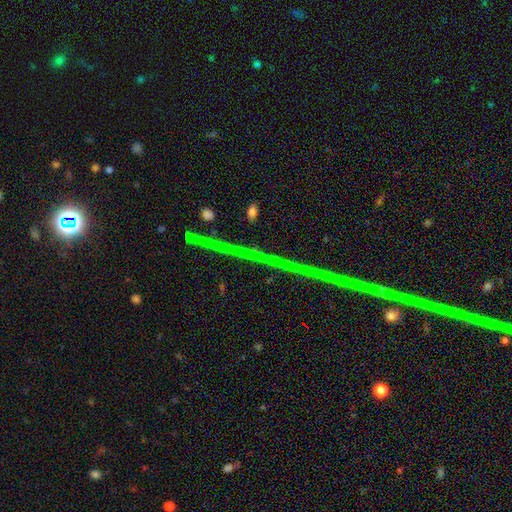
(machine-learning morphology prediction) This is likely a star or artifact rather than a galaxy (70%).